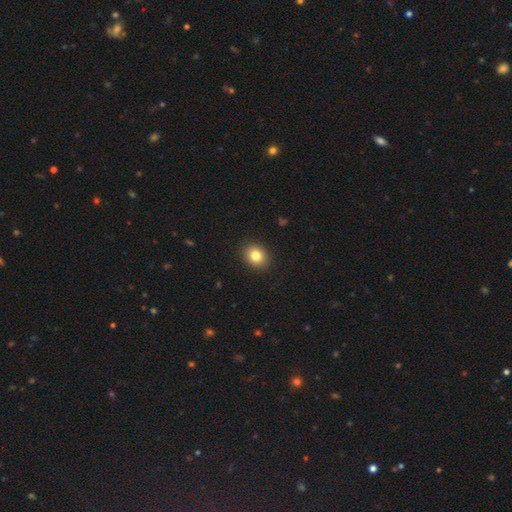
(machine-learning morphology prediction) The model was most divided on "how rounded": round: 56%, in between: 43%, cigar-shaped: 1%. More confident: merging — none (91%); smooth or featured — smooth (82%).